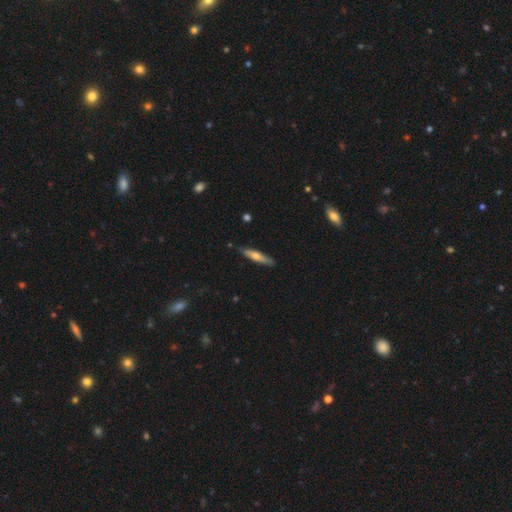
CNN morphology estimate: The model was most divided on "smooth or featured": smooth: 49%, featured or disk: 45%, star or artifact: 6%. More confident: merging — none (87%).